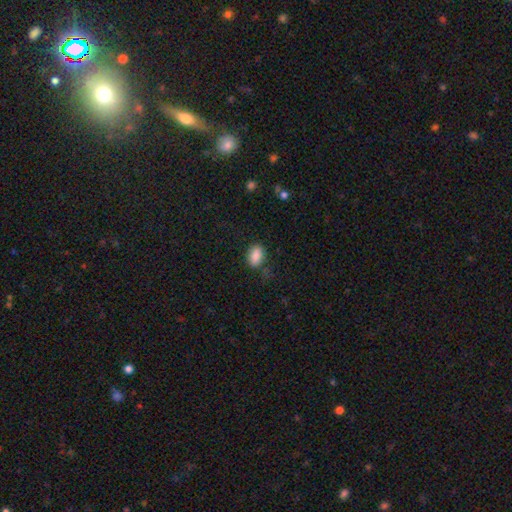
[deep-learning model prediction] This is clearly a smooth galaxy (88%). How rounded: clearly in between (87%). Merging: likely none (78%).